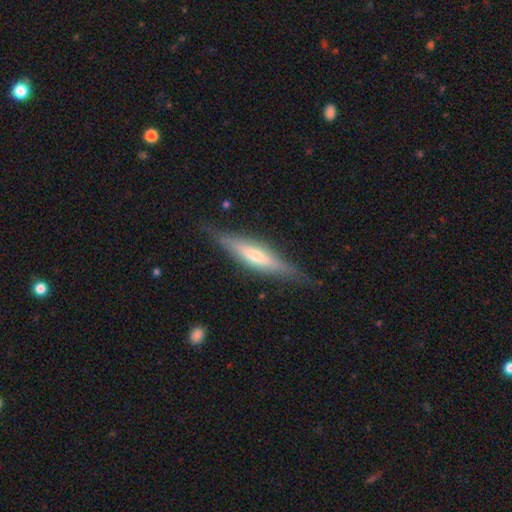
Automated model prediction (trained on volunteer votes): This is likely a featured or disk galaxy (64%). It is clearly viewed edge-on (93%). Edge-on bulge: likely rounded (71%). Merging: clearly none (83%).